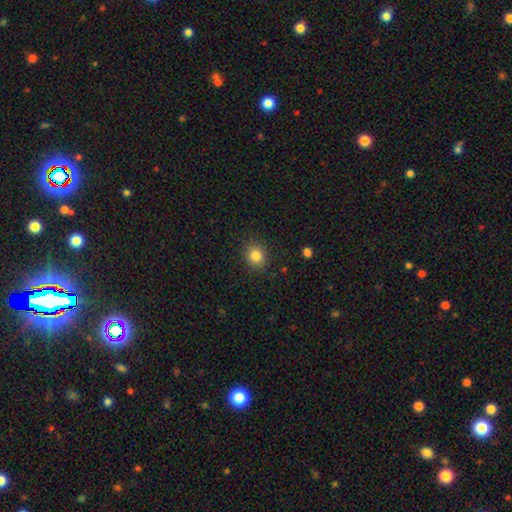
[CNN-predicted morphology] This is clearly a smooth galaxy (84%). How rounded: likely round (79%). Merging: clearly none (89%).